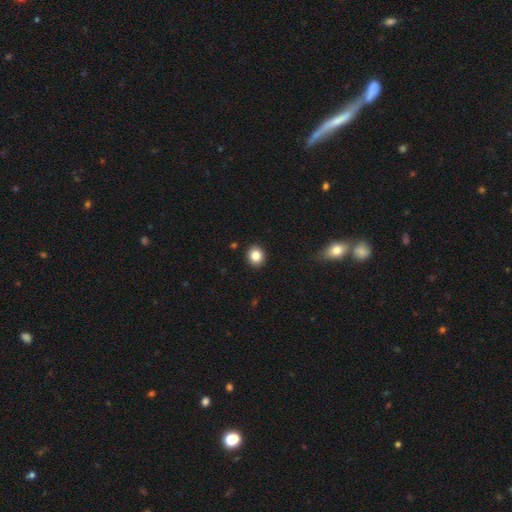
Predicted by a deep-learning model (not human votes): smooth_or_featured: smooth (p=0.84) [alt: star or artifact p=0.10]
how_rounded: round (p=0.77) [alt: in between p=0.22]
merging: none (p=0.92) [alt: minor disturbance p=0.05]